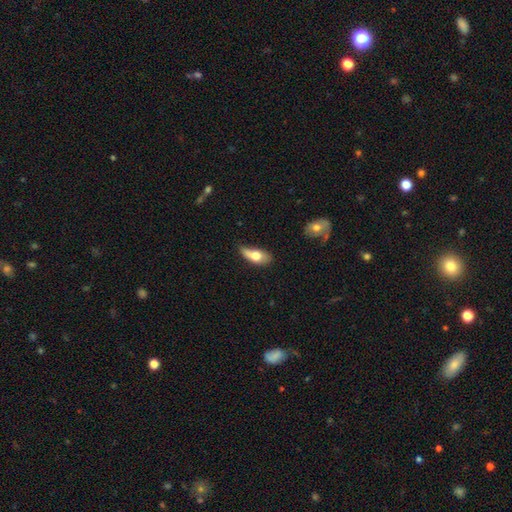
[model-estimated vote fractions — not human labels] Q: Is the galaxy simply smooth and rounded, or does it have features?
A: smooth — 67%.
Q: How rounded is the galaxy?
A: in between — 82%.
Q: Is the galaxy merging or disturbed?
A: minor disturbance — 39%.